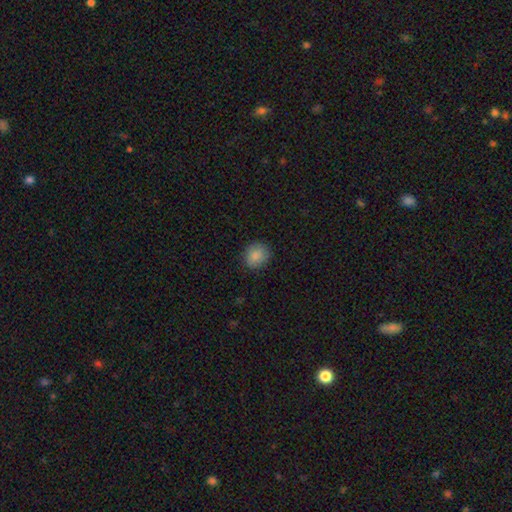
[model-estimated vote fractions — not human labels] A smooth galaxy with no disk features (87%) that is round (66%). Merging: none (85%).